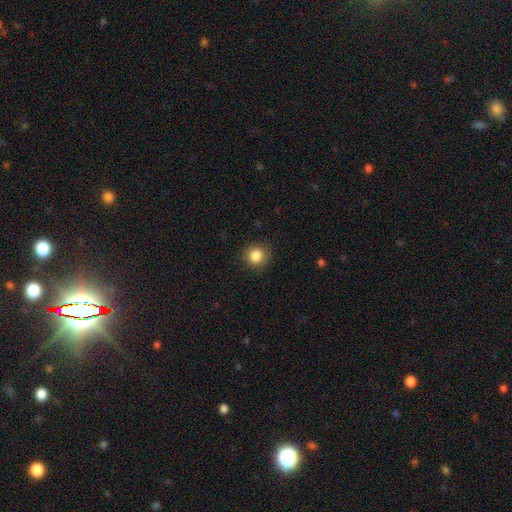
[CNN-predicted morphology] smooth_or_featured: smooth (p=0.86) [alt: star or artifact p=0.10]
how_rounded: round (p=0.89) [alt: in between p=0.10]
merging: none (p=0.89) [alt: minor disturbance p=0.08]